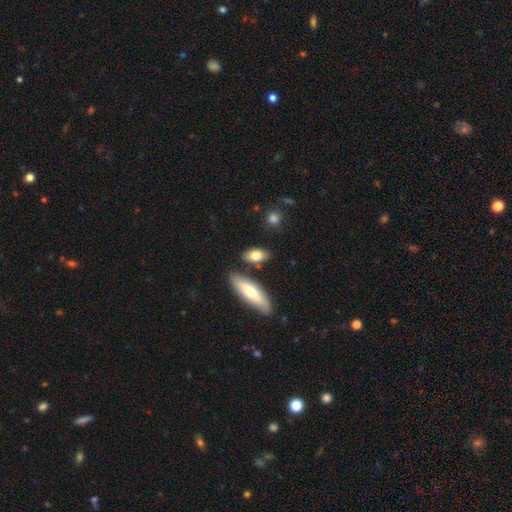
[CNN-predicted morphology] Smooth or featured: smooth — 77% (featured or disk — 16%)
How rounded: in between — 82% (cigar-shaped — 12%)
Merging: none — 75% (minor disturbance — 12%)